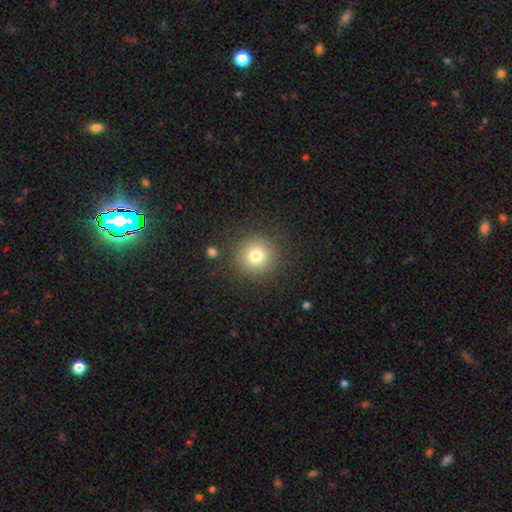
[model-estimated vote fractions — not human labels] smooth_or_featured: smooth (p=0.78) [alt: star or artifact p=0.13]
how_rounded: round (p=0.94) [alt: in between p=0.05]
merging: none (p=0.88) [alt: minor disturbance p=0.07]